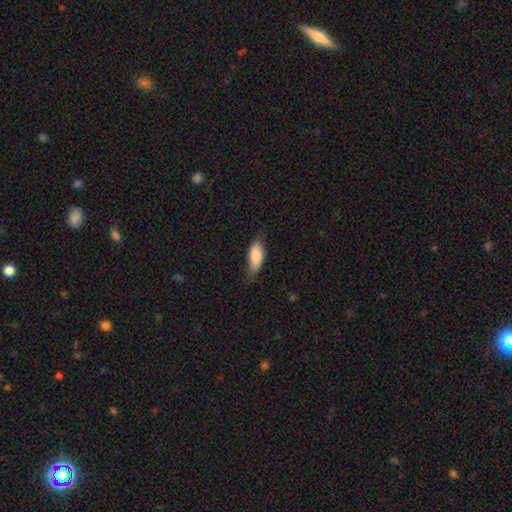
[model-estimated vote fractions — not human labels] This appears to be a smooth galaxy with no disk features (79%) that is in between round and cigar-shaped (78%). Merging: none (59%).